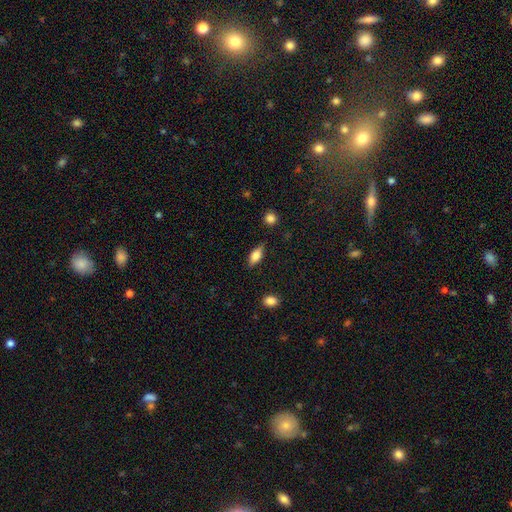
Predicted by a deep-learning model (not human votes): This is likely a smooth galaxy (73%). How rounded: likely in between (80%). Merging: clearly none (82%).